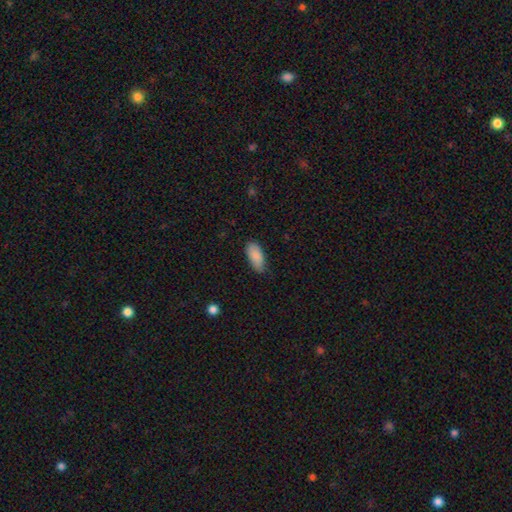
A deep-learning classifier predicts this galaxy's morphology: Overall: smooth (88%). How rounded: in between (89%). Merging: none (71%).